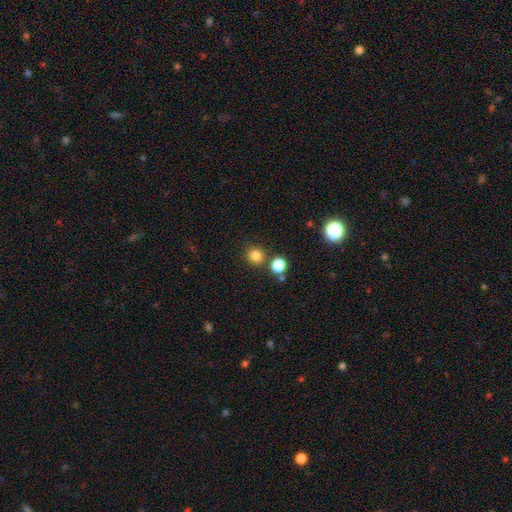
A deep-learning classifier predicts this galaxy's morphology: Smooth or featured?
  - smooth: 82% *
  - star or artifact: 14%
  - featured or disk: 4%
How rounded?
  - round: 90% *
  - in between: 9%
  - cigar-shaped: 1%
Merging?
  - none: 79% *
  - merger: 11%
  - minor disturbance: 8%
  - major disturbance: 3%